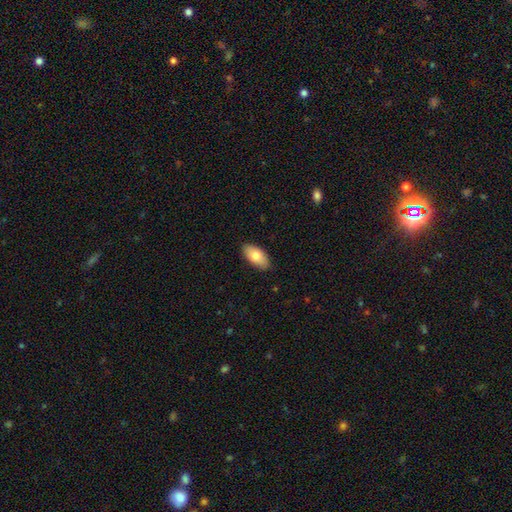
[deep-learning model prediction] Overall: smooth (78%). How rounded: in between (93%). Merging: none (87%).